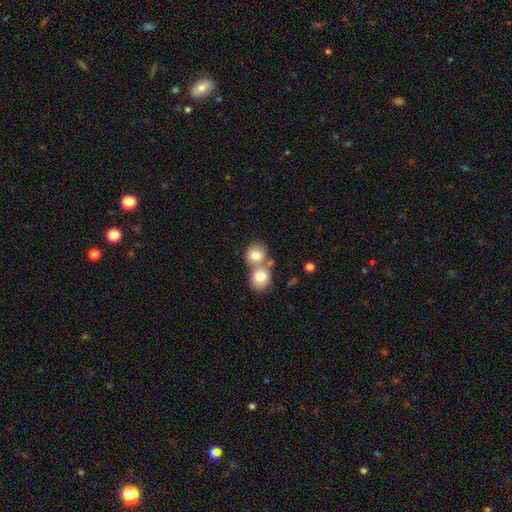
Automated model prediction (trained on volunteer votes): Q: Smooth or featured?
A: smooth (79%); runner-up: featured or disk (12%)
Q: How rounded?
A: round (79%); runner-up: in between (20%)
Q: Merging?
A: merger (58%); runner-up: none (34%)